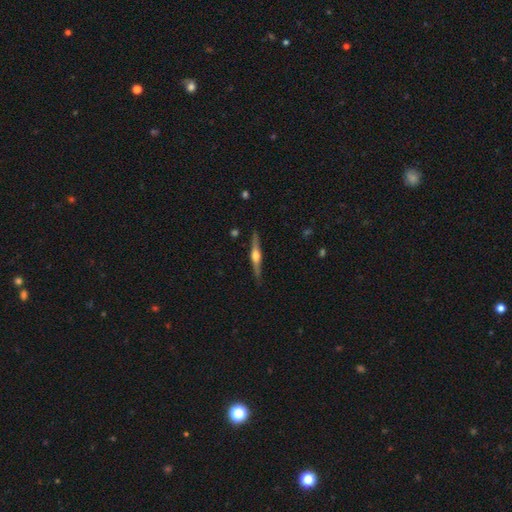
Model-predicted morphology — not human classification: smooth_or_featured: featured or disk (p=0.75) [alt: smooth p=0.20]
disk_edge_on: yes (p=0.98) [alt: no p=0.02]
edge_on_bulge: rounded (p=0.92) [alt: boxy p=0.05]
merging: none (p=0.89) [alt: minor disturbance p=0.08]